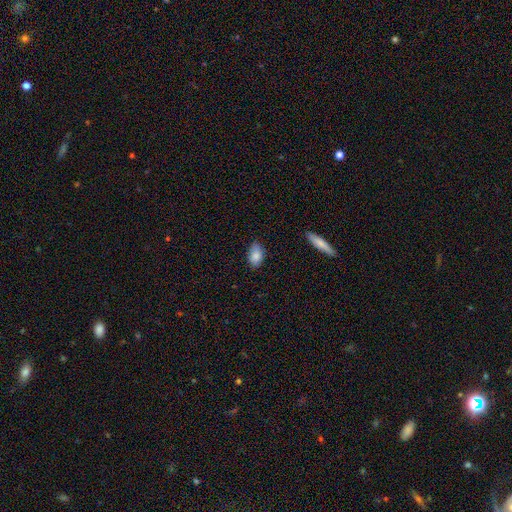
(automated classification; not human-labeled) Morphology: type=smooth (85%); roundness=in between (92%); merging=none (76%).